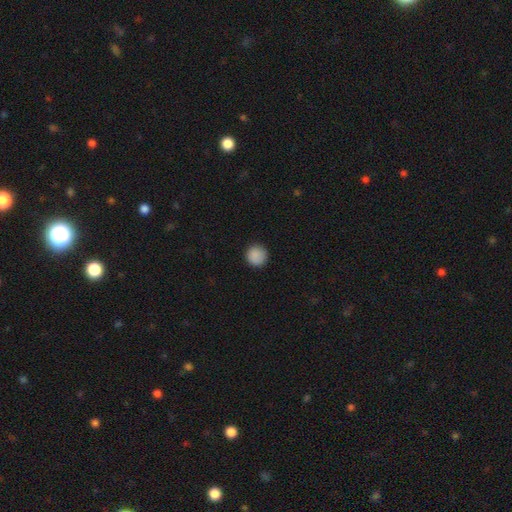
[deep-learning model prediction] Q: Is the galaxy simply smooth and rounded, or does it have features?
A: smooth — 88%.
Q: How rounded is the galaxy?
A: round — 95%.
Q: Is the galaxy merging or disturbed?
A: none — 91%.